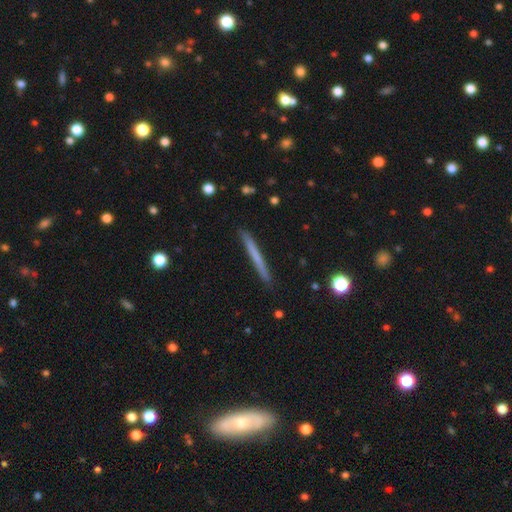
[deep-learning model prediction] Morphology: type=smooth (59%); roundness=cigar-shaped (97%); merging=none (91%).